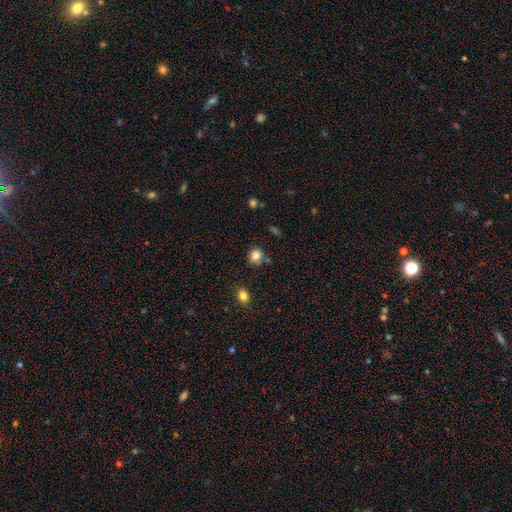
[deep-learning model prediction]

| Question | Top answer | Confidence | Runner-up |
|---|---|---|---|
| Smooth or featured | smooth | 84% | star or artifact (11%) |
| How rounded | round | 82% | in between (17%) |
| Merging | none | 82% | minor disturbance (11%) |